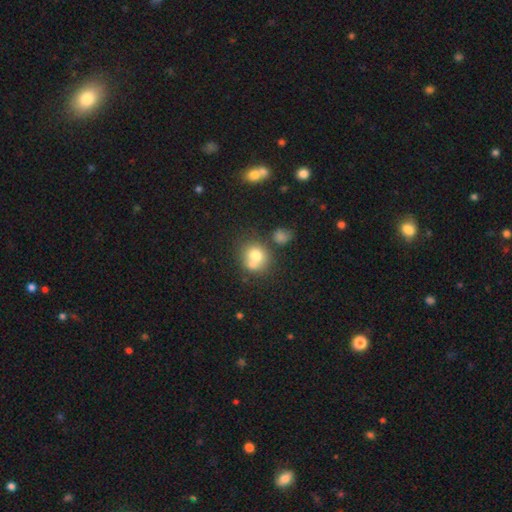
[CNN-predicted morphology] This appears to be a smooth galaxy with no disk features (71%) that is round (76%). Merging: merger (42%).